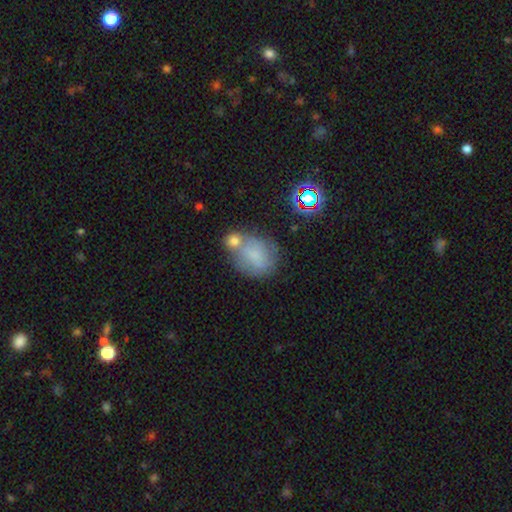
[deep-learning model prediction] Smooth or featured?
  - smooth: 66% *
  - featured or disk: 21%
  - star or artifact: 13%
How rounded?
  - round: 62% *
  - in between: 36%
  - cigar-shaped: 2%
Merging?
  - none: 37% *
  - merger: 35%
  - minor disturbance: 18%
  - major disturbance: 10%